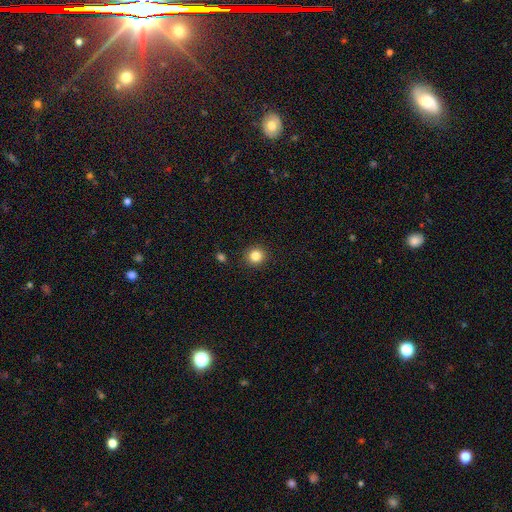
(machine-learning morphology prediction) This is clearly a smooth galaxy (84%). How rounded: clearly round (92%). Merging: clearly none (91%).